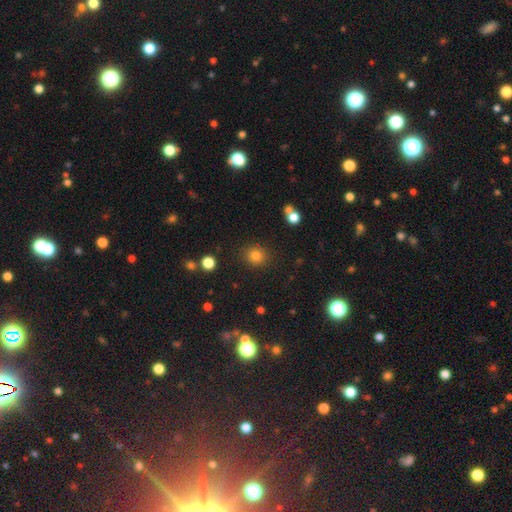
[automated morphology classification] type=smooth (82%); roundness=round (86%); merging=none (88%).